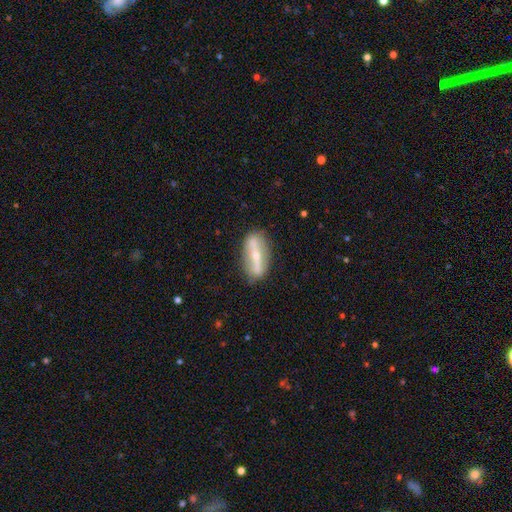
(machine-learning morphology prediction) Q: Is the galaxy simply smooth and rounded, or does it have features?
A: featured or disk — 70%.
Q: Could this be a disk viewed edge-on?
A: no — 57%.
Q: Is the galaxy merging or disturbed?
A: none — 83%.